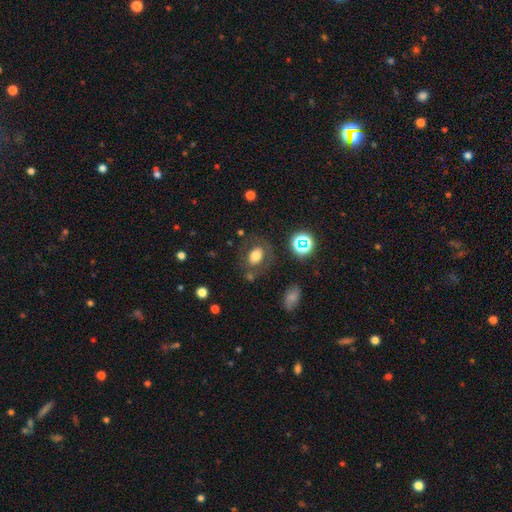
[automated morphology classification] The model was most divided on "how rounded": in between: 61%, round: 37%, cigar-shaped: 1%. More confident: merging — none (73%); smooth or featured — smooth (65%).